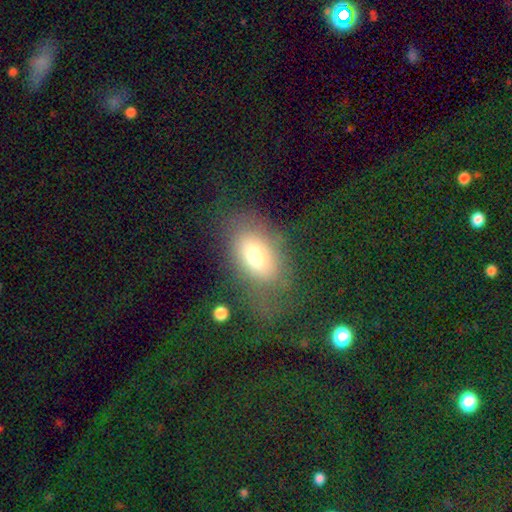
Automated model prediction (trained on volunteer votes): This appears to be a smooth galaxy with no disk features (69%) that is in between round and cigar-shaped (85%). Merging: none (55%).